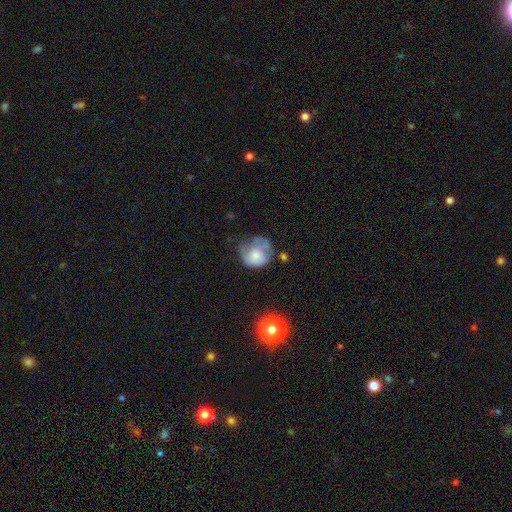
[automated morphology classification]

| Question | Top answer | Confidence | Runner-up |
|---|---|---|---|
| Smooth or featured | smooth | 59% | featured or disk (32%) |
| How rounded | round | 73% | in between (26%) |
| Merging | none | 35% | minor disturbance (31%) |